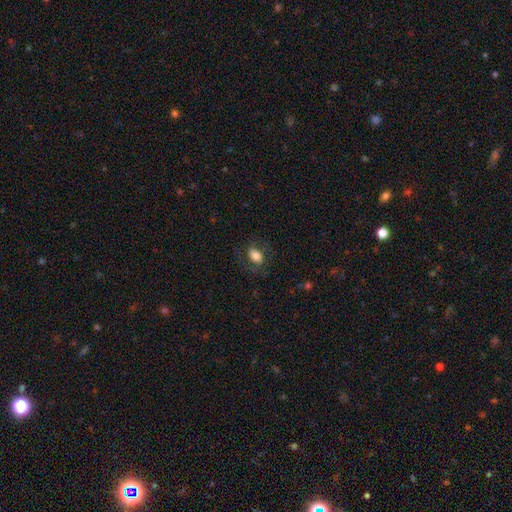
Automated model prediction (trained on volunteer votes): Smooth or featured?
  - smooth: 69% *
  - featured or disk: 23%
  - star or artifact: 8%
How rounded?
  - in between: 82% *
  - round: 16%
  - cigar-shaped: 2%
Merging?
  - none: 71% *
  - minor disturbance: 16%
  - major disturbance: 12%
  - merger: 1%